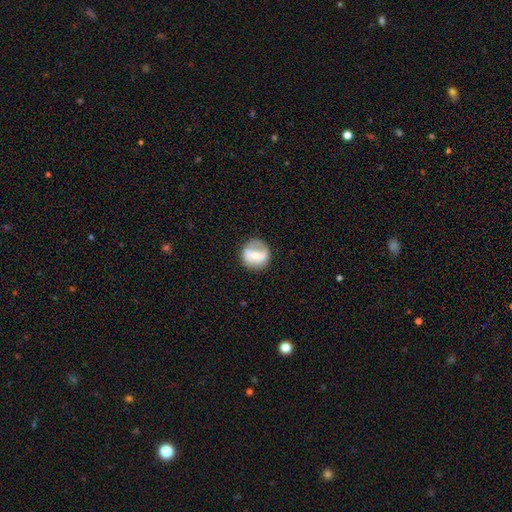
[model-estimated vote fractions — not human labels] smooth_or_featured: smooth (p=0.46) [tied with: featured or disk p=0.46]
merging: none (p=0.72) [alt: minor disturbance p=0.18]